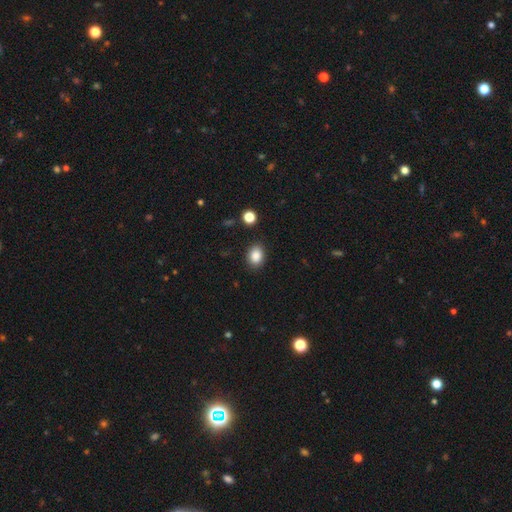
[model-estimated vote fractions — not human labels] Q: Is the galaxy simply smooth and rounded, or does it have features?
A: smooth — 86%.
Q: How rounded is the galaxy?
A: in between — 64%.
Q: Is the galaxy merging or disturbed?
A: none — 86%.